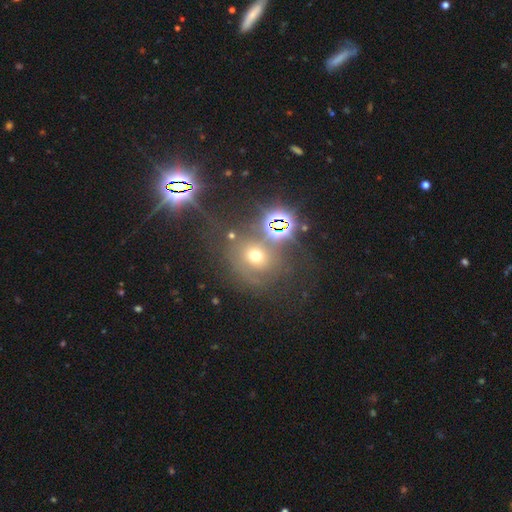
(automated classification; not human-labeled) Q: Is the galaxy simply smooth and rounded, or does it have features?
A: smooth — 49%.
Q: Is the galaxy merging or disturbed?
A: none — 57%.